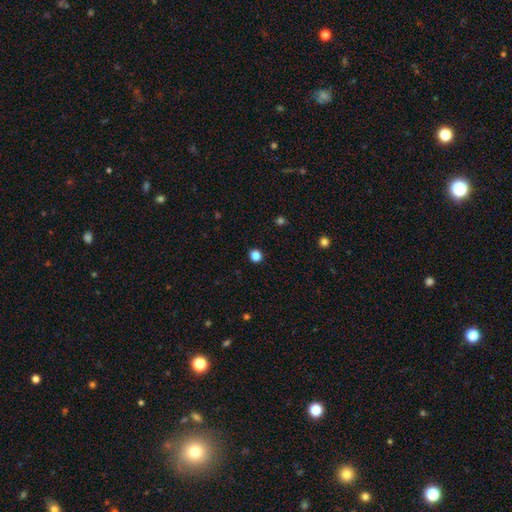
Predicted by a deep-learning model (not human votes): smooth 85%, star or artifact 12%, featured or disk 3%. Down the decision tree: how rounded — round (82%); merging — none (91%).